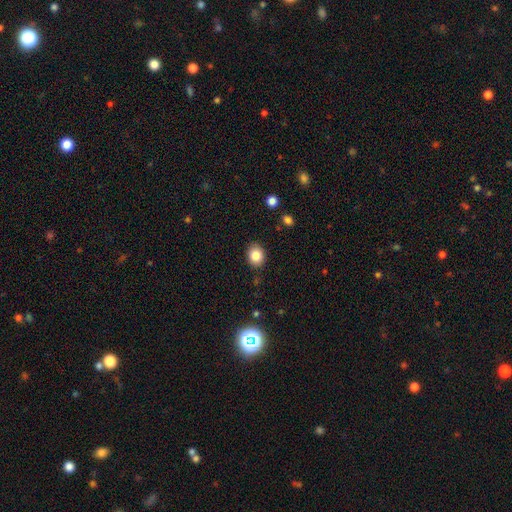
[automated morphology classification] smooth 84%, star or artifact 10%, featured or disk 6%. Down the decision tree: how rounded — round (55%); merging — none (87%).